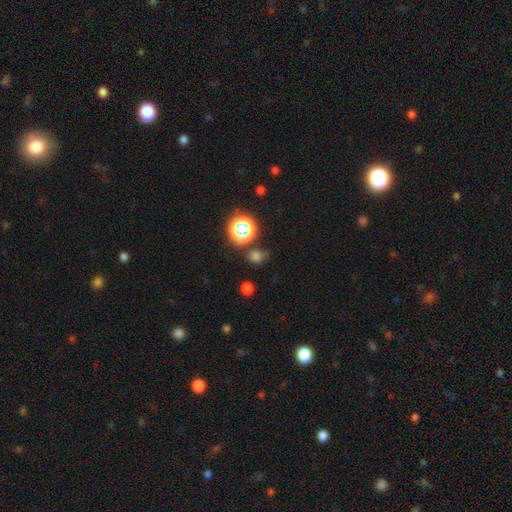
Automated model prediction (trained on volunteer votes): A smooth galaxy with no disk features (65%) that is round (73%). Merging: none (70%).